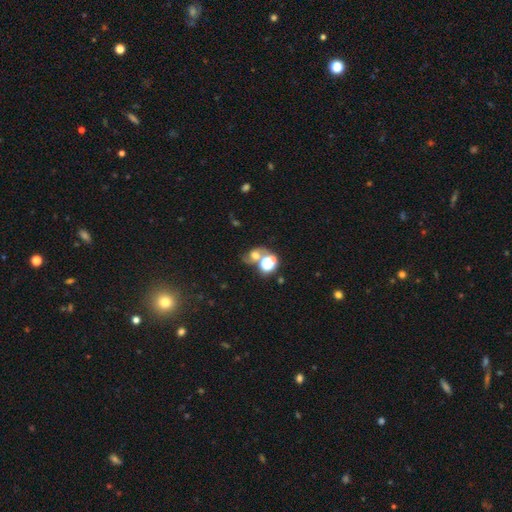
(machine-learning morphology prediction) Smooth or featured? smooth (46%)
Merging? merger (40%)